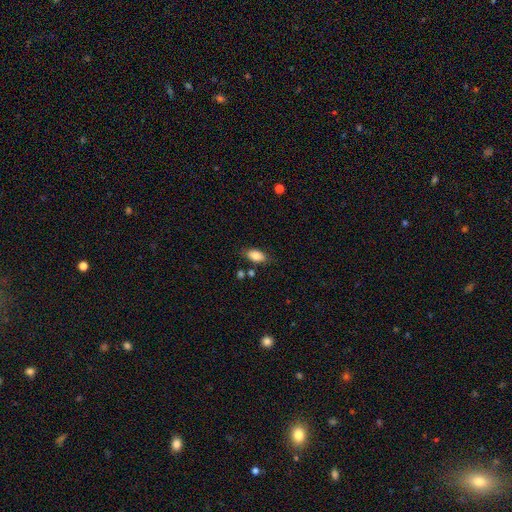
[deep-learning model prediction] Smooth or featured: smooth — 83% (featured or disk — 10%)
How rounded: in between — 91% (round — 5%)
Merging: none — 77% (minor disturbance — 15%)